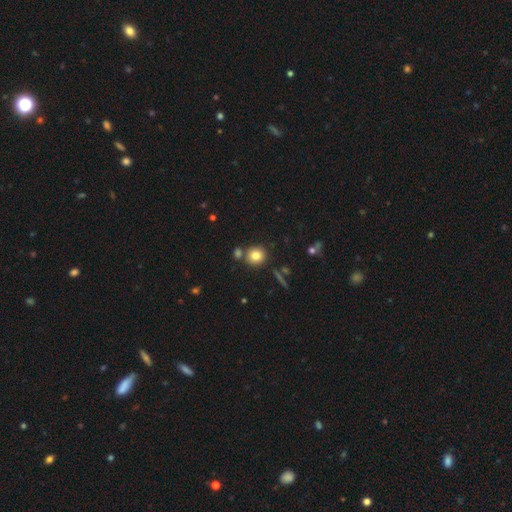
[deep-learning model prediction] Smooth or featured: smooth — 80% (star or artifact — 12%)
How rounded: round — 89% (in between — 10%)
Merging: none — 74% (merger — 14%)